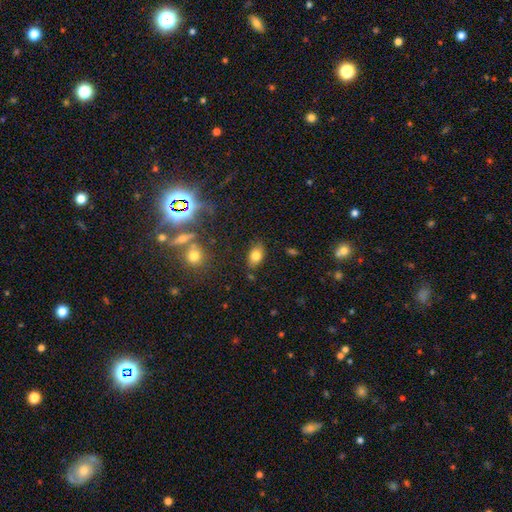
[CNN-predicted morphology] The model was most divided on "smooth or featured": smooth: 78%, star or artifact: 11%, featured or disk: 11%. More confident: how rounded — in between (87%); merging — none (83%).